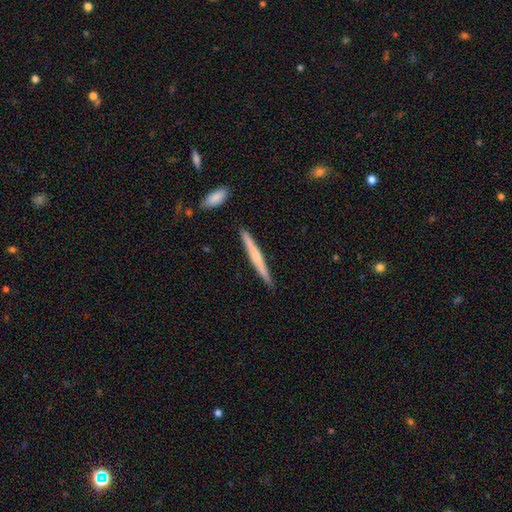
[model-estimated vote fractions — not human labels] This is possibly a smooth galaxy (48%). Merging: clearly none (89%).